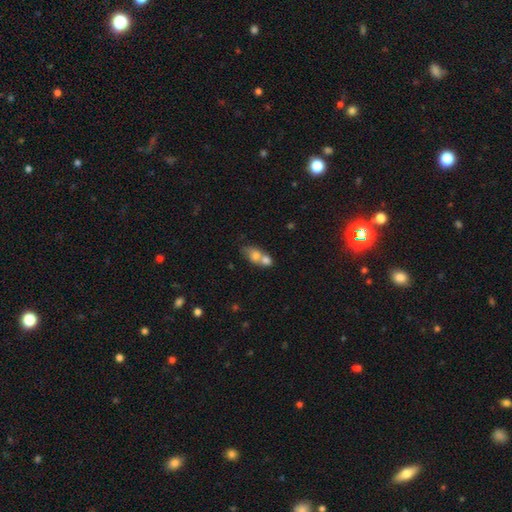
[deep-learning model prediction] Smooth or featured? Predicted: smooth (p=0.70). How rounded? Predicted: in between (p=0.61). Merging? Predicted: merger (p=0.70).